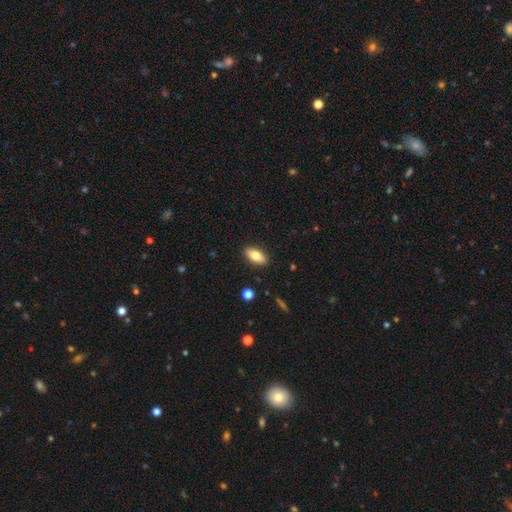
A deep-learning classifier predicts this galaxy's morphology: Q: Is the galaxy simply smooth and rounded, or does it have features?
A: smooth — 78%.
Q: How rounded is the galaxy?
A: in between — 88%.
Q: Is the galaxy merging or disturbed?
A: none — 89%.